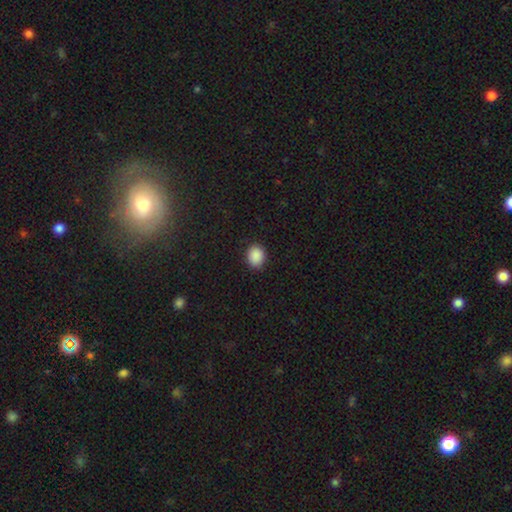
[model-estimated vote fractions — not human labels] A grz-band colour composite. It shows a smooth galaxy with no disk features (89%) that is round (60%). Merging: none (88%).